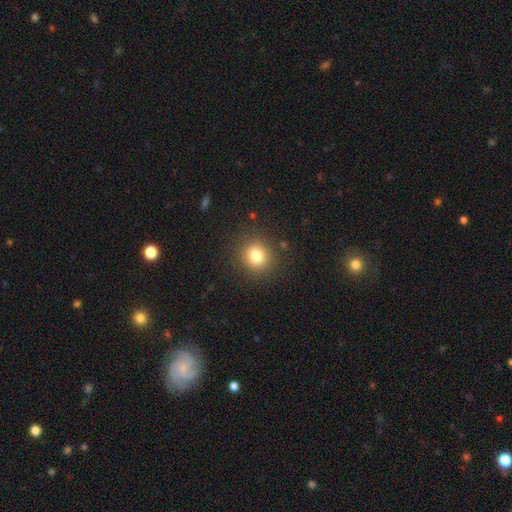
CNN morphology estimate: Q: Smooth or featured?
A: smooth (80%); runner-up: star or artifact (12%)
Q: How rounded?
A: round (87%); runner-up: in between (12%)
Q: Merging?
A: none (89%); runner-up: minor disturbance (7%)